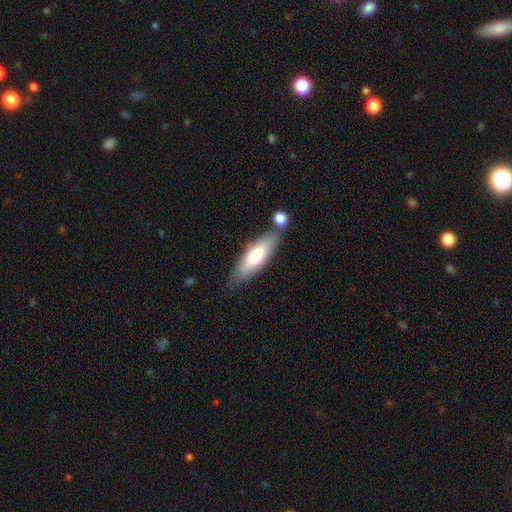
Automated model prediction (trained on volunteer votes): Morphology: type=smooth (69%); roundness=in between (52%); merging=none (69%).